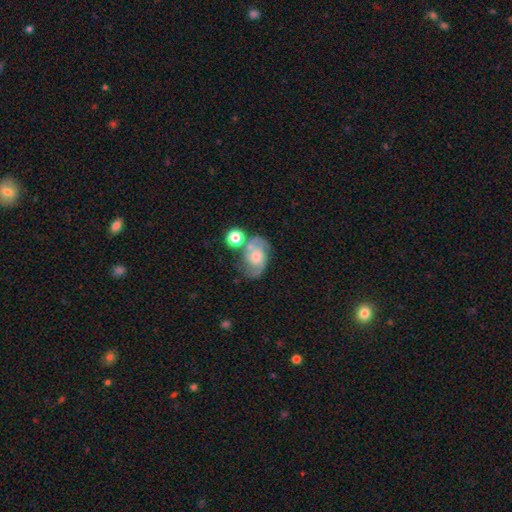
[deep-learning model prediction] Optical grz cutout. It shows a featured or disk galaxy (67%) with no bar (68%), 2 (84%) medium (51%) spiral arms (88%) and a moderate central bulge (39%). Merging: none (44%).